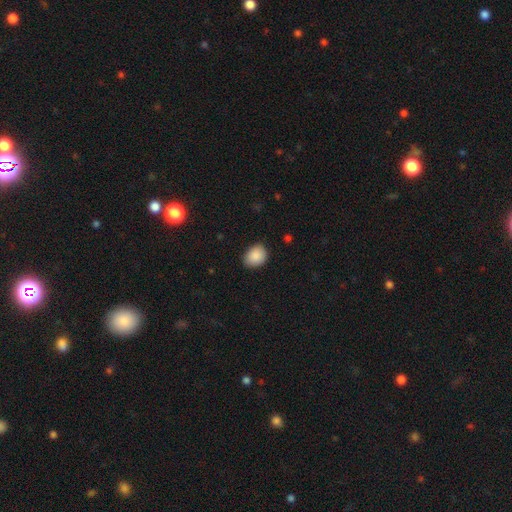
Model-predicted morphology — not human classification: type=smooth (89%); roundness=in between (60%); merging=none (81%).